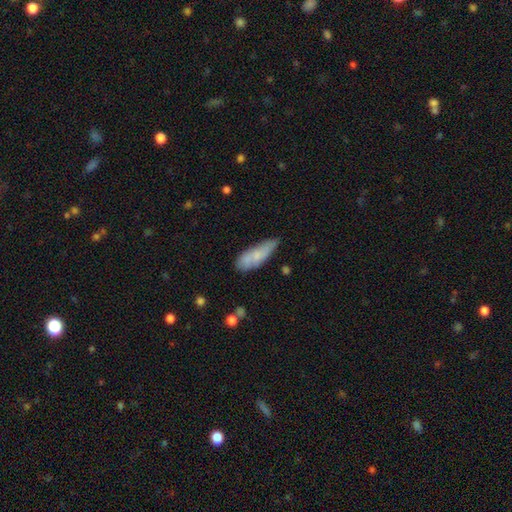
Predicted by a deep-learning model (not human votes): A smooth galaxy with no disk features (69%) that is in between round and cigar-shaped (60%). Merging: none (53%).